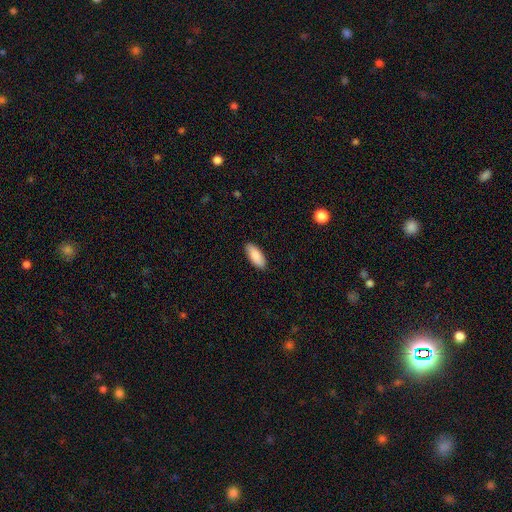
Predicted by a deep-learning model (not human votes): smooth_or_featured: smooth (p=0.87) [alt: featured or disk p=0.08]
how_rounded: in between (p=0.83) [alt: cigar-shaped p=0.16]
merging: none (p=0.89) [alt: minor disturbance p=0.08]